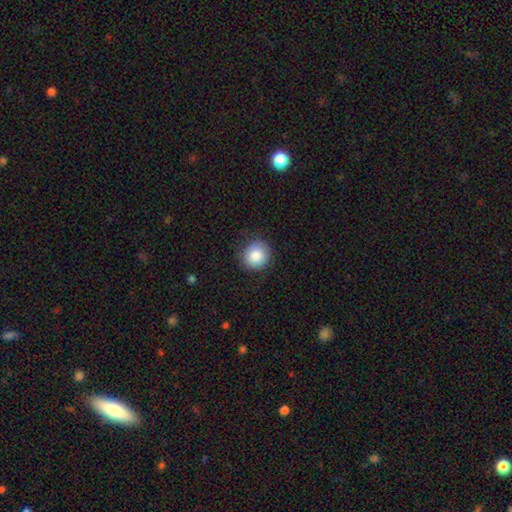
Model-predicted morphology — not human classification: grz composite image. It shows a smooth galaxy with no disk features (85%) that is round (87%). Merging: none (83%).